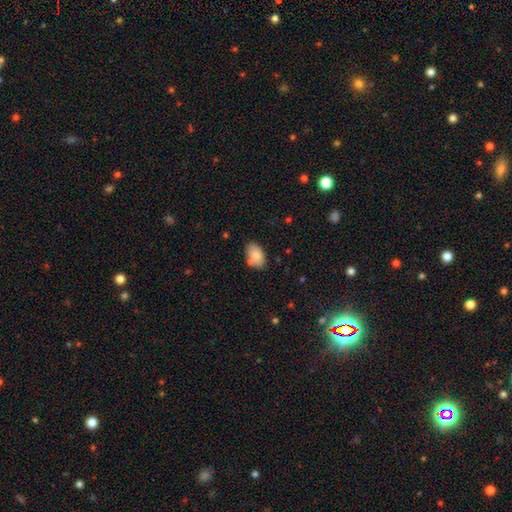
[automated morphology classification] A smooth galaxy with no disk features (82%) that is in between round and cigar-shaped (92%). Merging: none (73%).